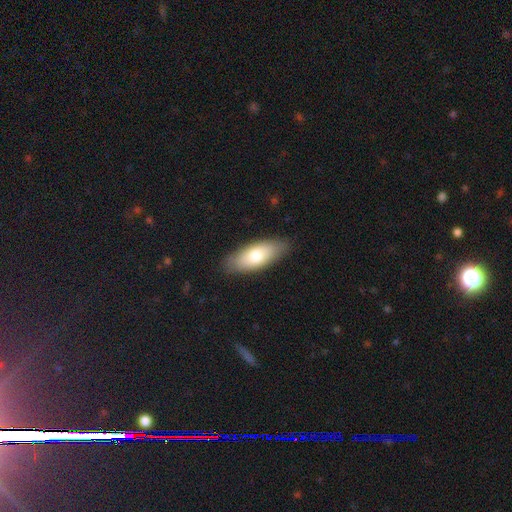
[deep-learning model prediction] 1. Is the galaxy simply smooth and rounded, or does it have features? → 74% smooth, 20% featured or disk, 6% star or artifact.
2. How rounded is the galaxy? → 79% in between, 19% cigar-shaped, 2% round.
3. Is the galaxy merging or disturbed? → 86% none, 11% minor disturbance, 2% major disturbance, 1% merger.